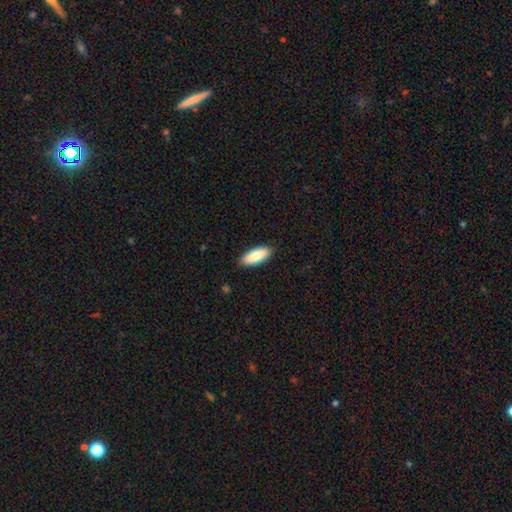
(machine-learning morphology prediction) smooth 85%, featured or disk 10%, star or artifact 6%. Down the decision tree: how rounded — in between (77%); merging — none (88%).